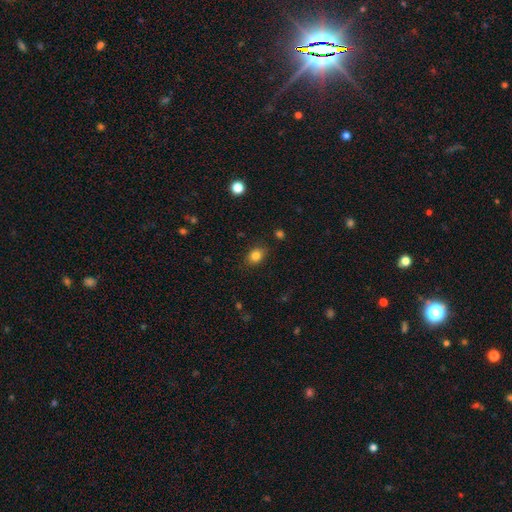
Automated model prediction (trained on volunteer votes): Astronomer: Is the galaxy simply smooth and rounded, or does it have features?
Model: smooth — 83%.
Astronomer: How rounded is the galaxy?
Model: in between — 55% (runner-up: round, 44%).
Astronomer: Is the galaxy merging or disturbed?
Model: none — 84%.